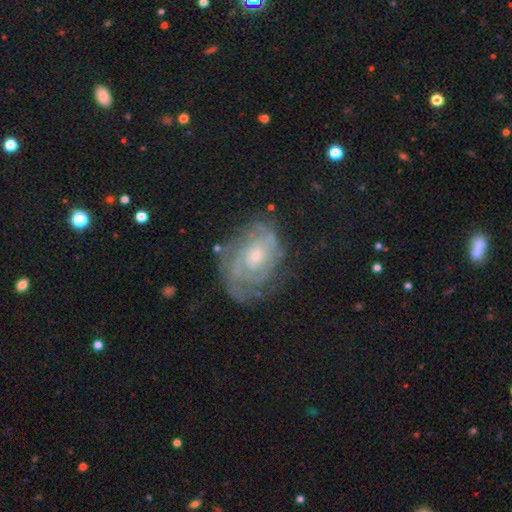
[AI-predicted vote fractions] Smooth or featured: featured or disk — 81% (smooth — 10%)
Edge-on disk: no — 97% (yes — 3%)
Bar: no — 66% (weak — 28%)
Spiral arms: yes — 93% (no — 7%)
Spiral winding: tight — 70% (medium — 24%)
Spiral arm count: can't tell — 36% (tied with 2 — 36%)
Bulge size: small — 50% (moderate — 43%)
Merging: none — 70% (minor disturbance — 19%)